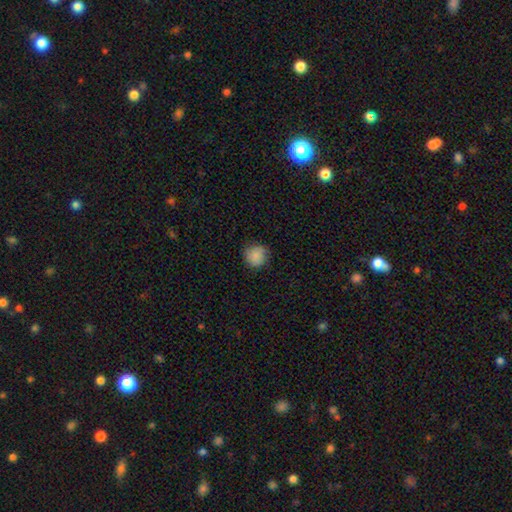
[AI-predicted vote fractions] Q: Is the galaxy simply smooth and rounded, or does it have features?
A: smooth — 85%.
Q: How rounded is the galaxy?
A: round — 89%.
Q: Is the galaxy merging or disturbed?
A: none — 78%.